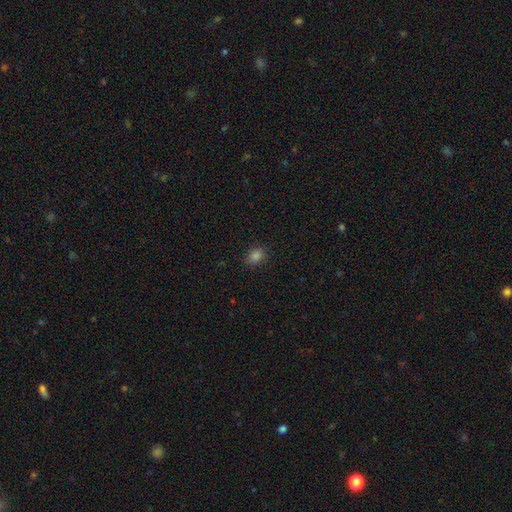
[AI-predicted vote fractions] Overall: smooth (81%). How rounded: in between (60%; round 39%). Merging: none (86%).